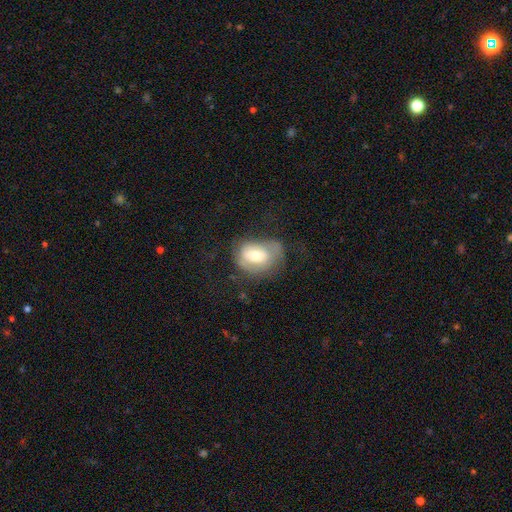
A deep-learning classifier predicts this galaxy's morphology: Q: Smooth or featured?
A: smooth (56%); runner-up: featured or disk (35%)
Q: How rounded?
A: in between (70%); runner-up: round (29%)
Q: Merging?
A: none (40%); runner-up: minor disturbance (30%)